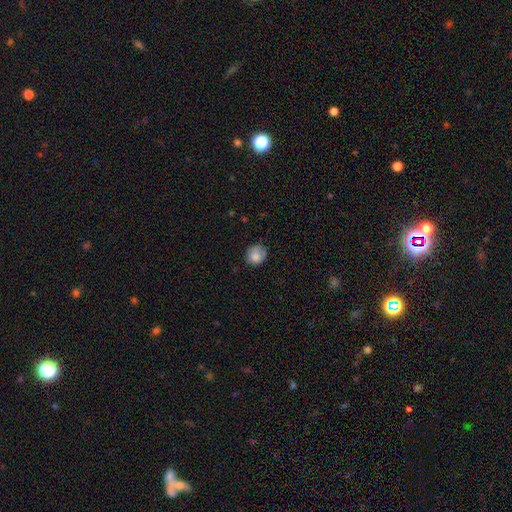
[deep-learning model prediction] Morphology: type=smooth (84%); roundness=round (82%); merging=none (73%).